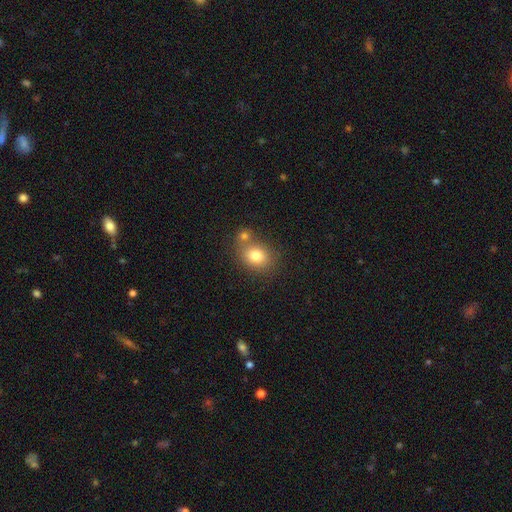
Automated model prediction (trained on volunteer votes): A smooth galaxy with no disk features (79%) that is round (53%).

Vote fractions:
- Smooth or featured? smooth: 79% / star or artifact: 11% / featured or disk: 11%
- How rounded? round: 53% / in between: 46% / cigar-shaped: 1%
- Merging? none: 54% / merger: 30% / minor disturbance: 12% / major disturbance: 4%